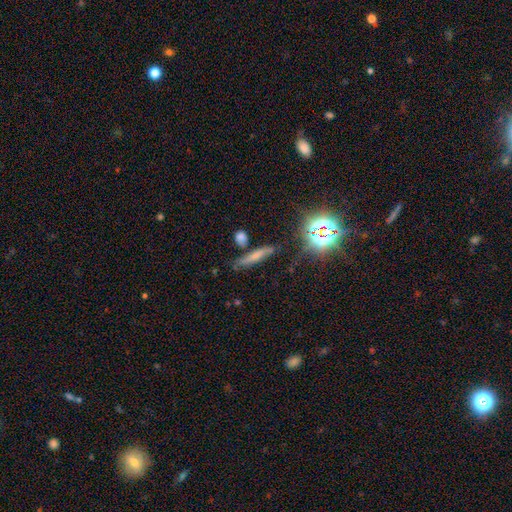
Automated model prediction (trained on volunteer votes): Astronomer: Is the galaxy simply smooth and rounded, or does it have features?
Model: smooth — 55%.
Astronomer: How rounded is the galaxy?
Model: cigar-shaped — 84%.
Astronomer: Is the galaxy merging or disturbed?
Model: none — 69%.